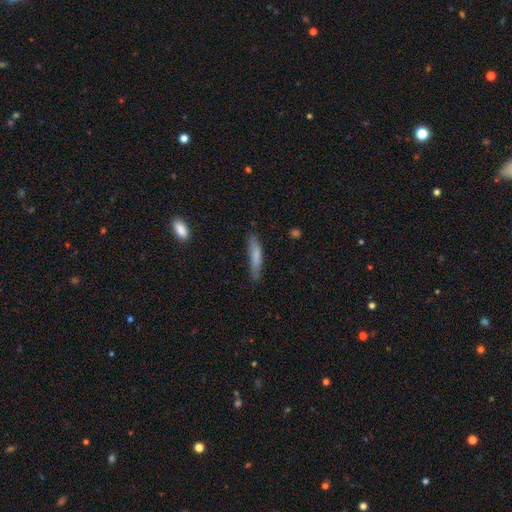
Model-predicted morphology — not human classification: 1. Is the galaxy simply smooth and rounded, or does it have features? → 77% smooth, 17% featured or disk, 6% star or artifact.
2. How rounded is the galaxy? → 87% cigar-shaped, 12% in between, 1% round.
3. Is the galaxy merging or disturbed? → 76% none, 18% minor disturbance, 4% major disturbance, 2% merger.